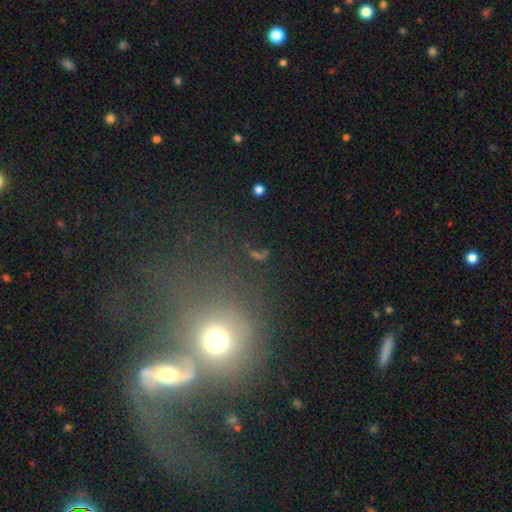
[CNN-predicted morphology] A smooth galaxy with no disk features (50%). Merging: none (60%).